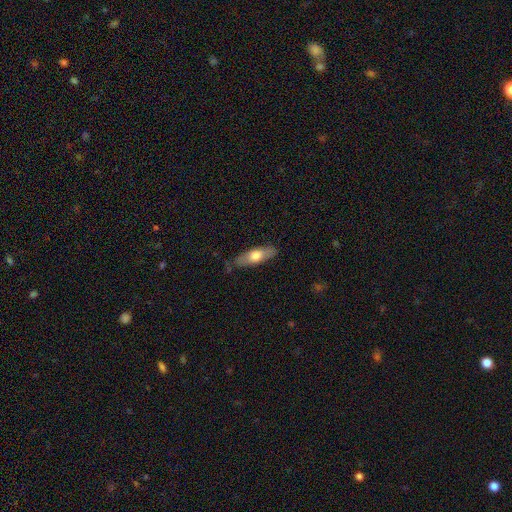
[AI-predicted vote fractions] smooth_or_featured: smooth (p=0.62) [alt: featured or disk p=0.33]
how_rounded: in between (p=0.54) [alt: cigar-shaped p=0.44]
merging: none (p=0.79) [alt: minor disturbance p=0.16]